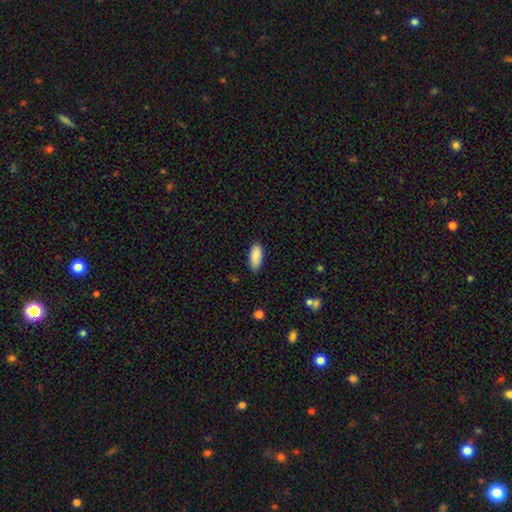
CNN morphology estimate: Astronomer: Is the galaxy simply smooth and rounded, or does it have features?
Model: smooth — 89%.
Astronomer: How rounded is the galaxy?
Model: in between — 88%.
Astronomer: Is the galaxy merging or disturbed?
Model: none — 84%.